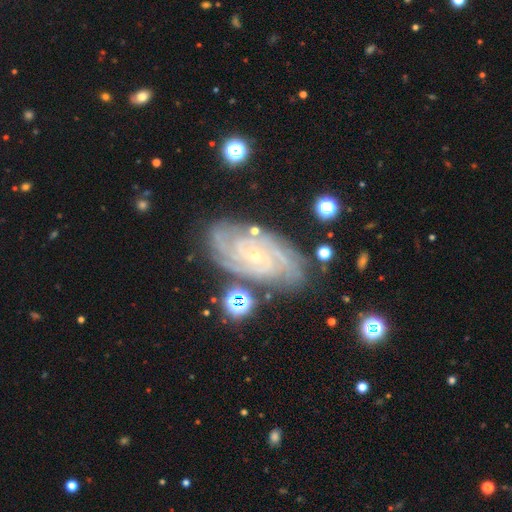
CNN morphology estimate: Smooth or featured? Predicted: featured or disk (p=0.89). Edge-on disk? Predicted: no (p=0.96). Bar? Predicted: no (p=0.68). Spiral arms? Predicted: yes (p=0.98). Spiral winding? Predicted: tight (p=0.78). Spiral arm count? Predicted: 4 (p=0.28). Bulge size? Predicted: small (p=0.84). Merging? Predicted: none (p=0.79).